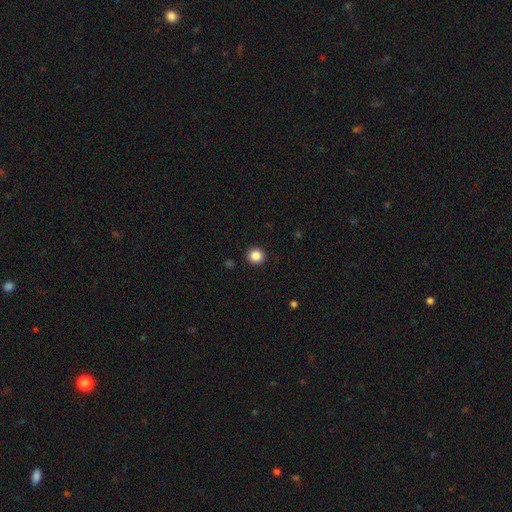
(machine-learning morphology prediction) The model was most divided on "smooth or featured": smooth: 87%, star or artifact: 10%, featured or disk: 3%. More confident: how rounded — round (93%); merging — none (93%).